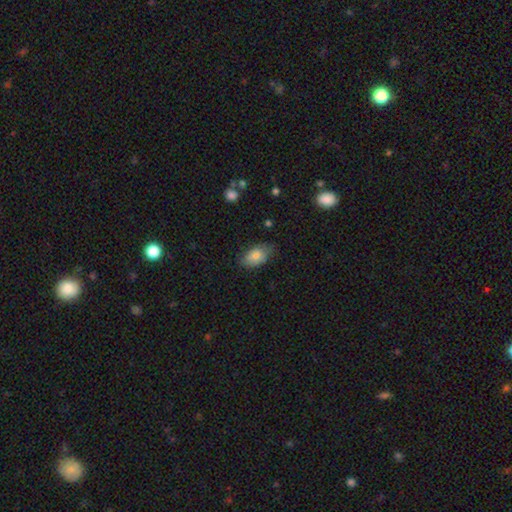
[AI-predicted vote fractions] This is likely a smooth galaxy (79%). How rounded: clearly in between (91%). Merging: likely none (69%).